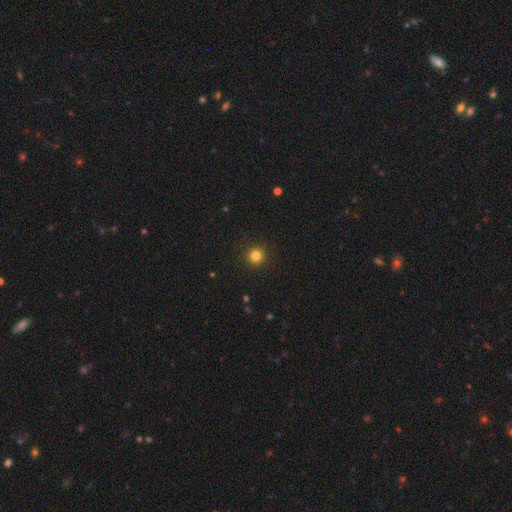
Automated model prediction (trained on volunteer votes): Smooth or featured? Predicted: smooth (p=0.82). How rounded? Predicted: round (p=0.96). Merging? Predicted: none (p=0.93).